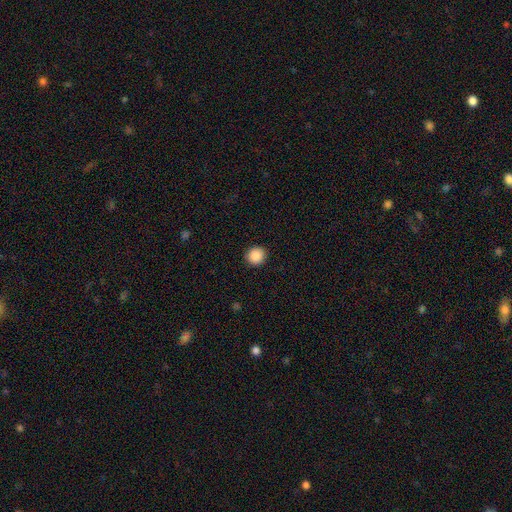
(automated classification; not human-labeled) smooth 89%, star or artifact 9%, featured or disk 3%. Down the decision tree: how rounded — round (92%); merging — none (92%).